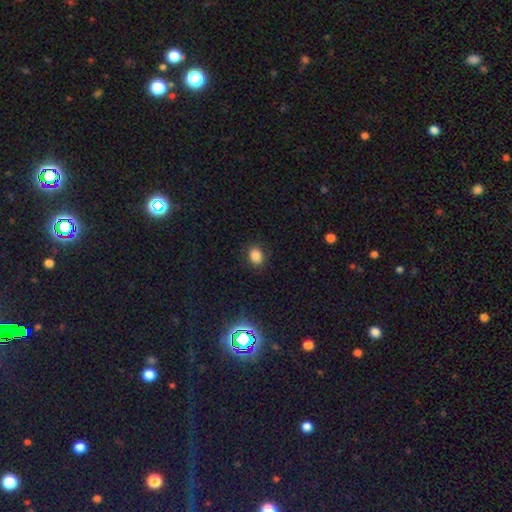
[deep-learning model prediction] The model was most divided on "how rounded": round: 50%, in between: 49%, cigar-shaped: 1%. More confident: merging — none (85%); smooth or featured — smooth (82%).